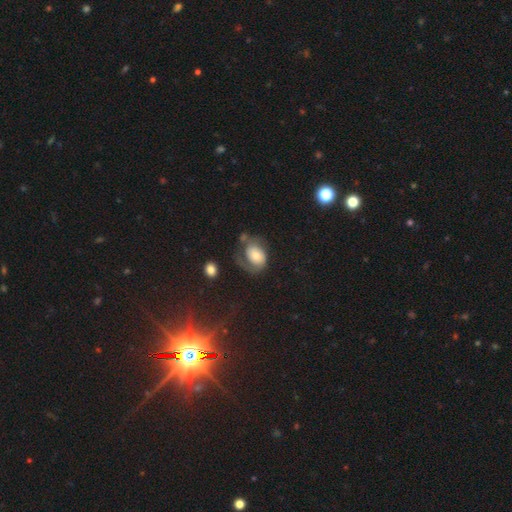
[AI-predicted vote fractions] A smooth galaxy with no disk features (48%).

Vote fractions:
- Smooth or featured? smooth: 48% / featured or disk: 43% / star or artifact: 8%
- Merging? none: 35% / major disturbance: 33% / minor disturbance: 24% / merger: 8%